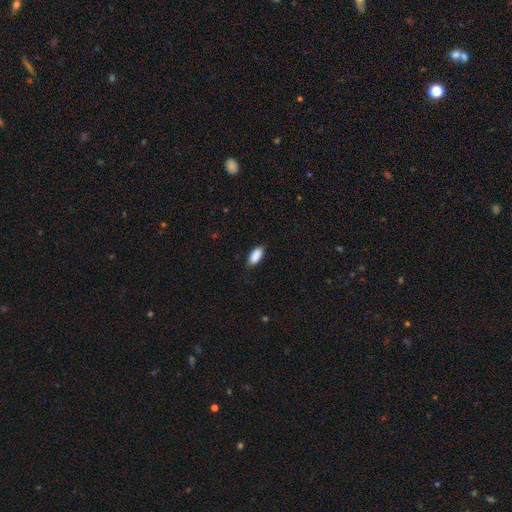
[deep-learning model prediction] This appears to be a smooth galaxy with no disk features (90%) that is in between round and cigar-shaped (87%). Merging: none (84%).